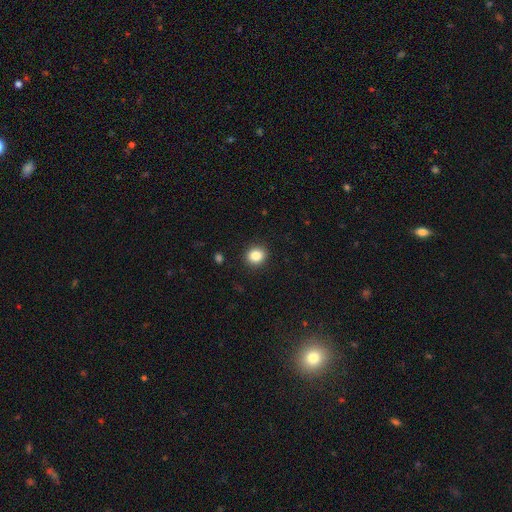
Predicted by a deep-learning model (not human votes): Morphology: type=smooth (84%); roundness=round (81%); merging=none (91%).